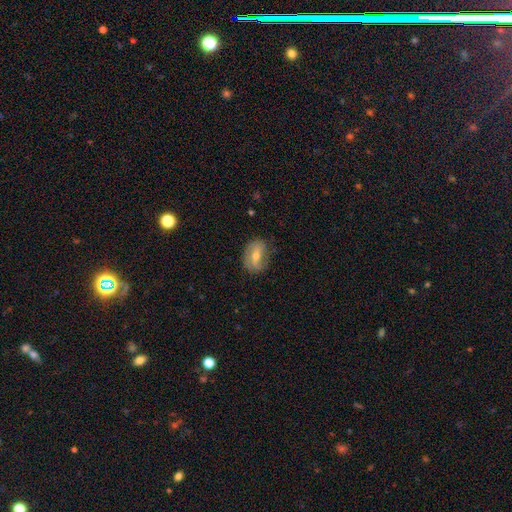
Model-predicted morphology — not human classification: The model was most divided on "smooth or featured": featured or disk: 51%, smooth: 39%, star or artifact: 10%. More confident: edge-on disk — no (92%); merging — none (71%).